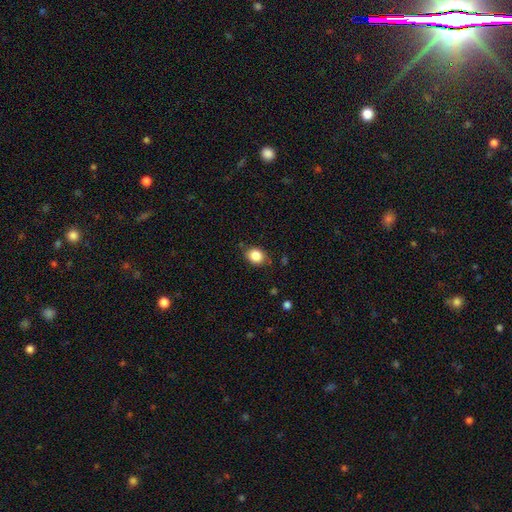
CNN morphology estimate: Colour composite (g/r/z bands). It shows a smooth galaxy with no disk features (86%) that is round (62%). Merging: none (81%).